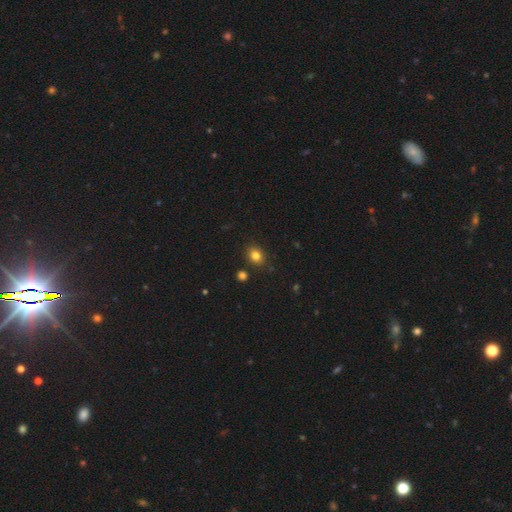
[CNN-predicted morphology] Overall: smooth (81%). How rounded: in between (51%; round 48%). Merging: none (84%).